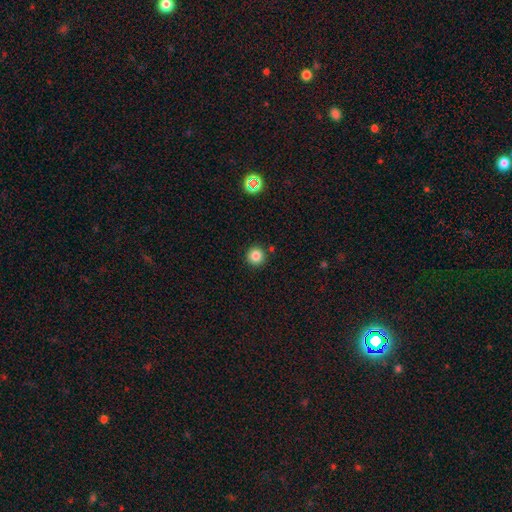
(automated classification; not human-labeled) Smooth or featured?
  - smooth: 84% *
  - star or artifact: 12%
  - featured or disk: 4%
How rounded?
  - round: 96% *
  - in between: 3%
  - cigar-shaped: 1%
Merging?
  - none: 90% *
  - minor disturbance: 6%
  - merger: 3%
  - major disturbance: 2%